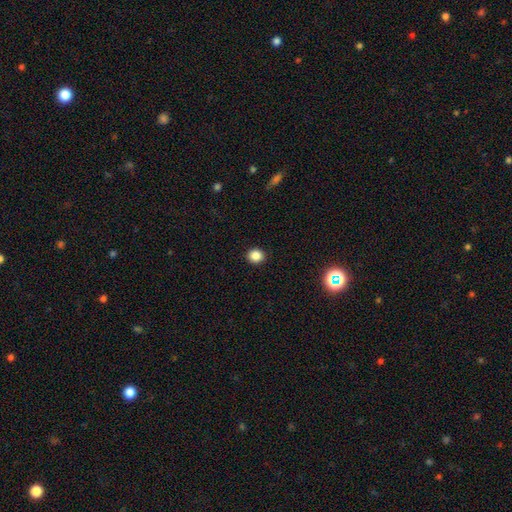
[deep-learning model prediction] Morphology: type=smooth (86%); roundness=round (86%); merging=none (92%).